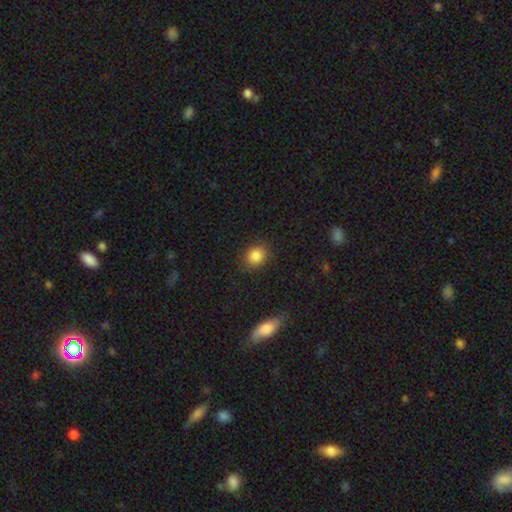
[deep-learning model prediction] Overall: smooth (85%). How rounded: round (68%; in between 31%). Merging: none (85%).